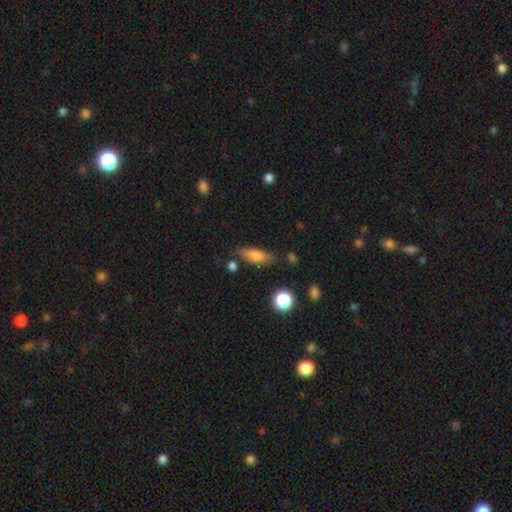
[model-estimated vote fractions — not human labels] Smooth or featured? smooth (74%)
How rounded? in between (63%)
Merging? none (75%)